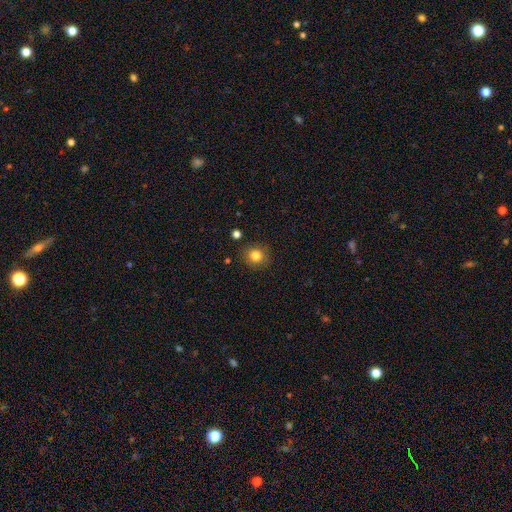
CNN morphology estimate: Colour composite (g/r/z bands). It shows a smooth galaxy with no disk features (82%) that is round (86%). Merging: none (87%).